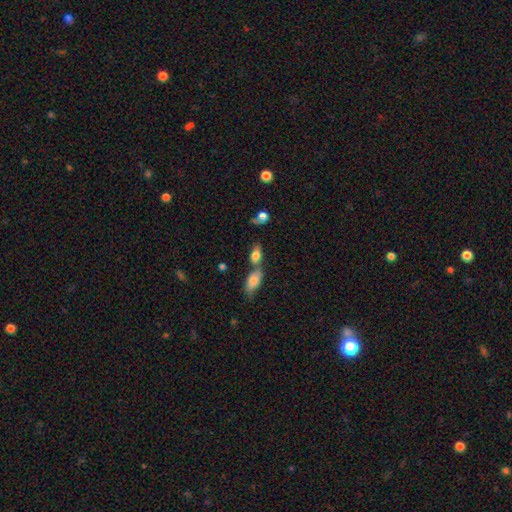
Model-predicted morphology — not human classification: This is likely a smooth galaxy (75%). How rounded: clearly in between (82%). Merging: marginally none (43%).